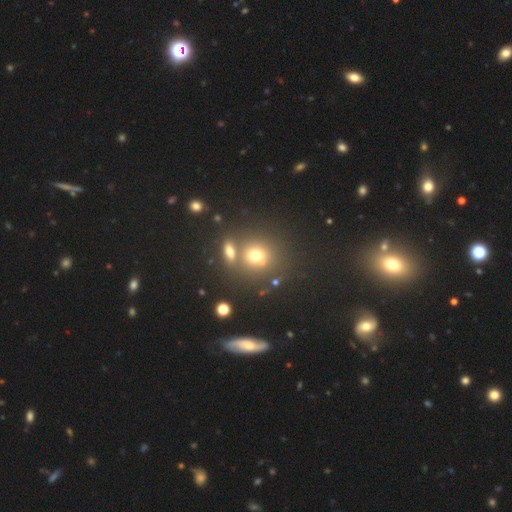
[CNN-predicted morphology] This is likely a smooth galaxy (70%). How rounded: clearly round (81%). Merging: possibly none (59%).